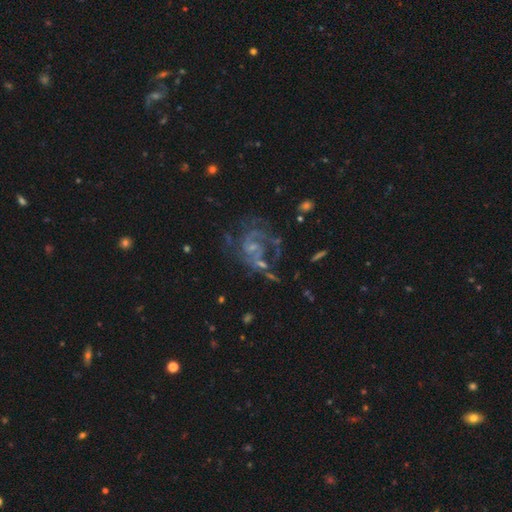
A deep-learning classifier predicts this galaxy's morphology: featured or disk 76%, star or artifact 14%, smooth 9%. Down the decision tree: edge-on disk — no (98%); bar — no (58%); spiral arms — yes (85%); spiral arm count — 2 (44%); spiral winding — medium (45%); bulge size — small (56%); merging — none (49%).